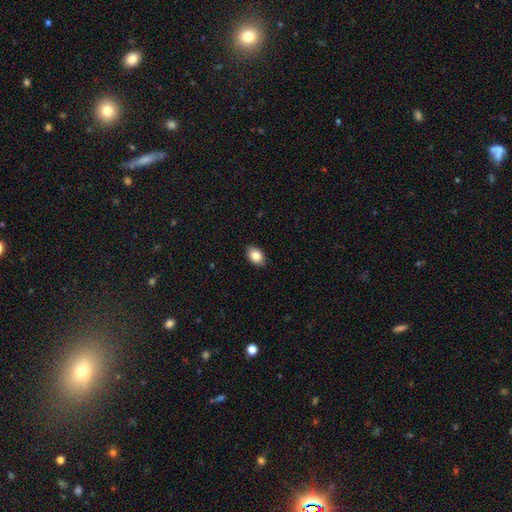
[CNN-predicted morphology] This is clearly a smooth galaxy (85%). How rounded: clearly in between (81%). Merging: clearly none (90%).